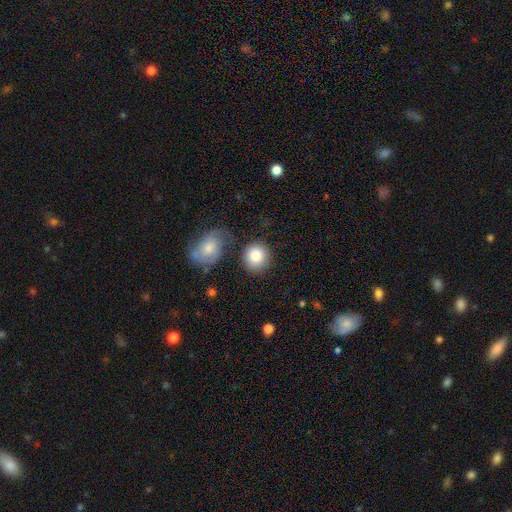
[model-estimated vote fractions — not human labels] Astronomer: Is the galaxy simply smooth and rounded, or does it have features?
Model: smooth — 84%.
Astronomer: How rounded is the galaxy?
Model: round — 86%.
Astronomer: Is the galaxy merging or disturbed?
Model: none — 75%.